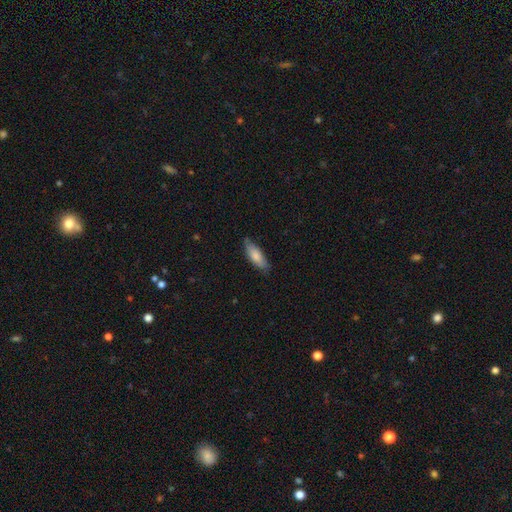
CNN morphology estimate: A smooth galaxy with no disk features (78%) that is in between round and cigar-shaped (57%).

Vote fractions:
- Smooth or featured? smooth: 78% / featured or disk: 17% / star or artifact: 5%
- How rounded? in between: 57% / cigar-shaped: 41% / round: 2%
- Merging? none: 78% / minor disturbance: 18% / major disturbance: 3% / merger: 1%